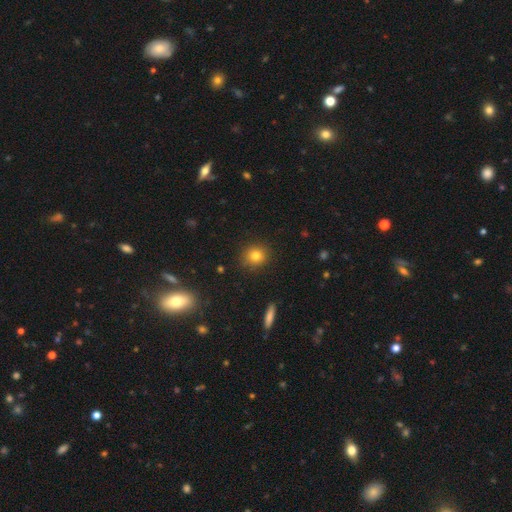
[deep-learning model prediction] Smooth or featured?
  - smooth: 80% *
  - star or artifact: 12%
  - featured or disk: 7%
How rounded?
  - round: 85% *
  - in between: 14%
  - cigar-shaped: 1%
Merging?
  - none: 89% *
  - minor disturbance: 7%
  - major disturbance: 2%
  - merger: 1%